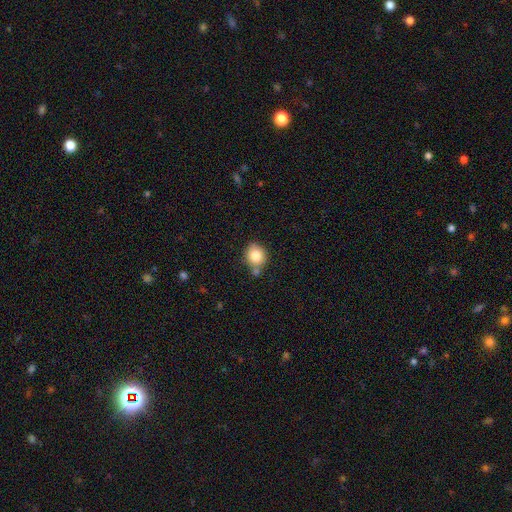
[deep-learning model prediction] Morphology: type=smooth (81%); roundness=round (74%); merging=none (64%).